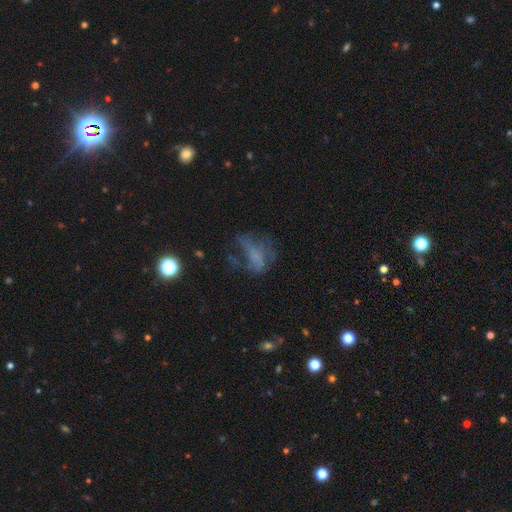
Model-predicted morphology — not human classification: type=featured or disk (43%); merging=major disturbance (42%).